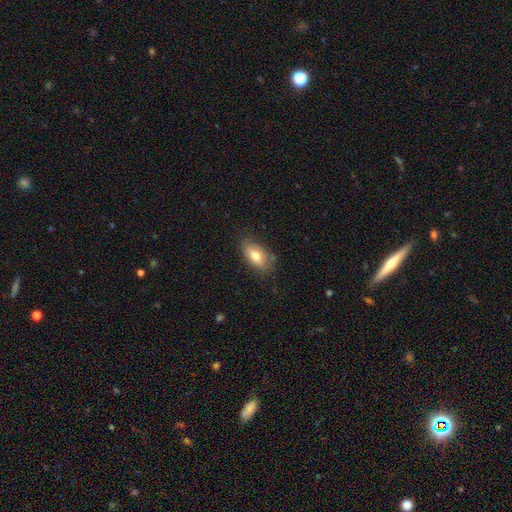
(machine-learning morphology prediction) Smooth or featured?
  - smooth: 76% *
  - featured or disk: 16%
  - star or artifact: 8%
How rounded?
  - in between: 89% *
  - cigar-shaped: 6%
  - round: 5%
Merging?
  - none: 75% *
  - minor disturbance: 19%
  - major disturbance: 4%
  - merger: 2%